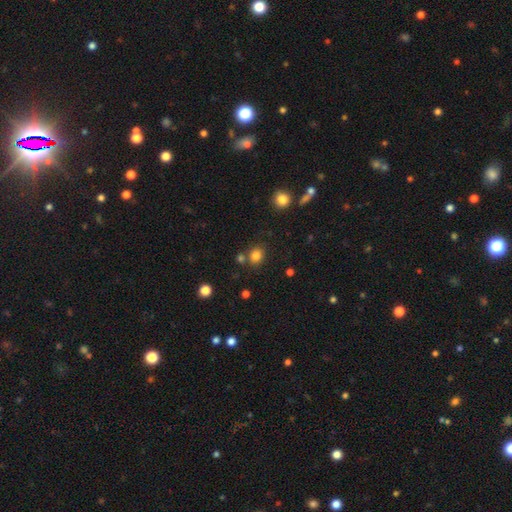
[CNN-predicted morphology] Smooth or featured: smooth — 81% (star or artifact — 13%)
How rounded: round — 71% (in between — 28%)
Merging: none — 74% (merger — 12%)